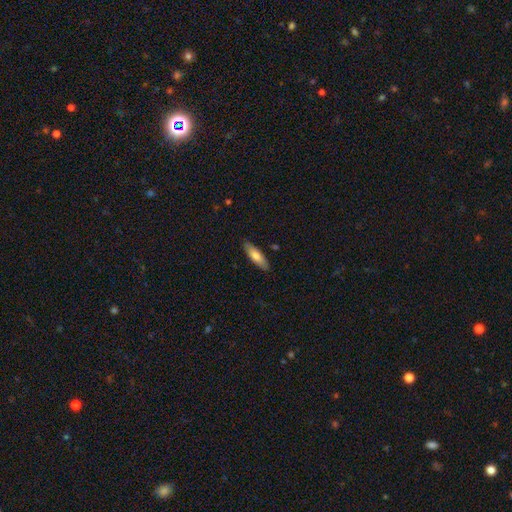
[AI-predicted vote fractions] This is likely a smooth galaxy (72%). How rounded: possibly in between (50%). Merging: clearly none (86%).